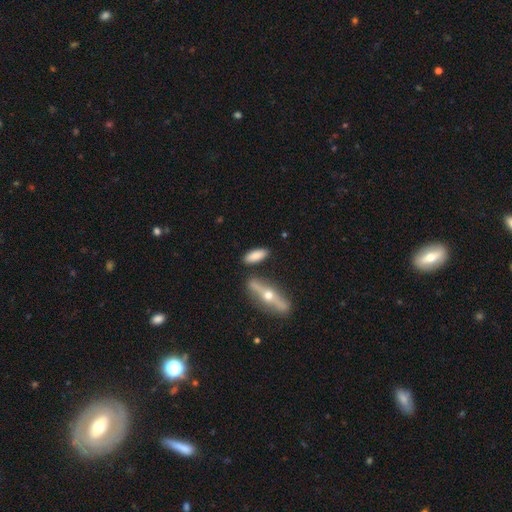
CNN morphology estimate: Smooth or featured? Predicted: smooth (p=0.75). How rounded? Predicted: in between (p=0.67). Merging? Predicted: none (p=0.79).